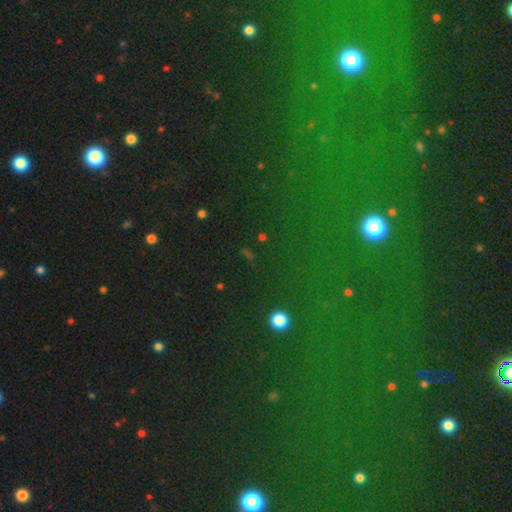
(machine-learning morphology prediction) Smooth or featured?
  - star or artifact: 76% *
  - smooth: 15%
  - featured or disk: 8%